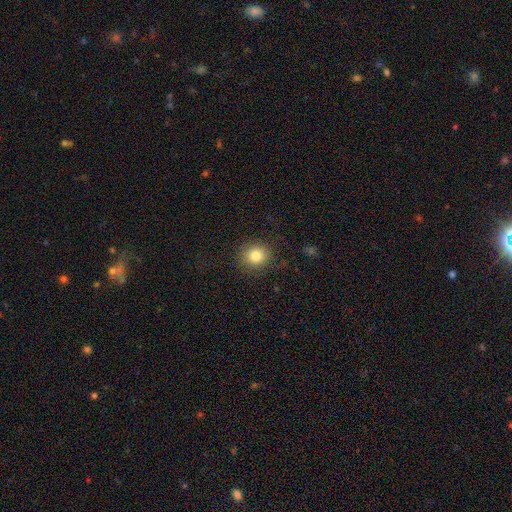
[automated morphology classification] Smooth or featured? Predicted: smooth (p=0.82). How rounded? Predicted: round (p=0.82). Merging? Predicted: none (p=0.86).